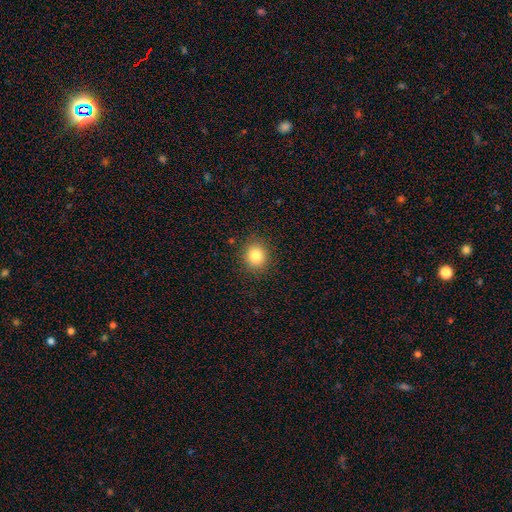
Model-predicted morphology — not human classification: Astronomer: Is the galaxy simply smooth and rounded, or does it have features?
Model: smooth — 83%.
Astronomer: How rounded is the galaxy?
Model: round — 77%.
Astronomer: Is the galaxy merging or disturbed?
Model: none — 89%.